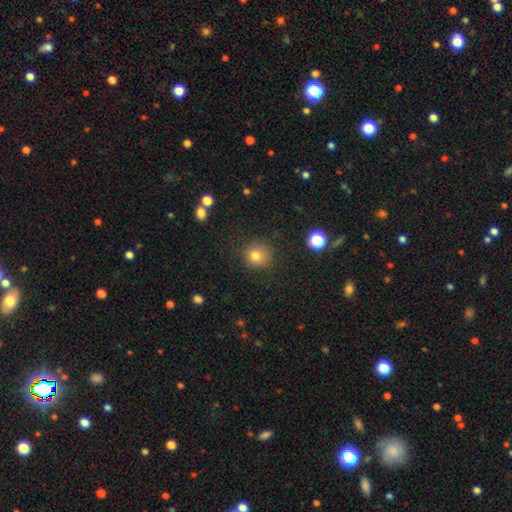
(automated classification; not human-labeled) This appears to be a smooth galaxy with no disk features (79%) that is round (90%). Merging: none (85%).